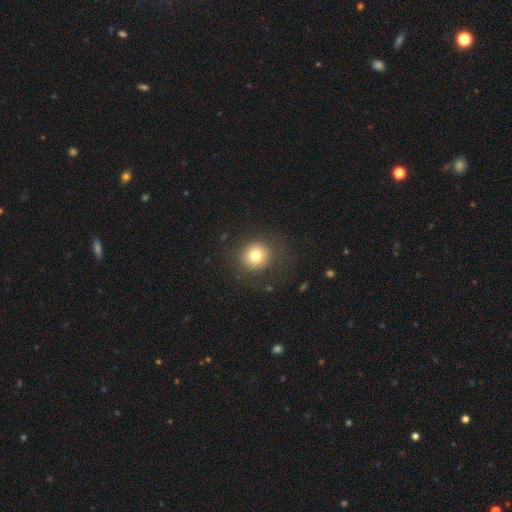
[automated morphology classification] A smooth galaxy with no disk features (77%) that is round (91%). Merging: none (85%).